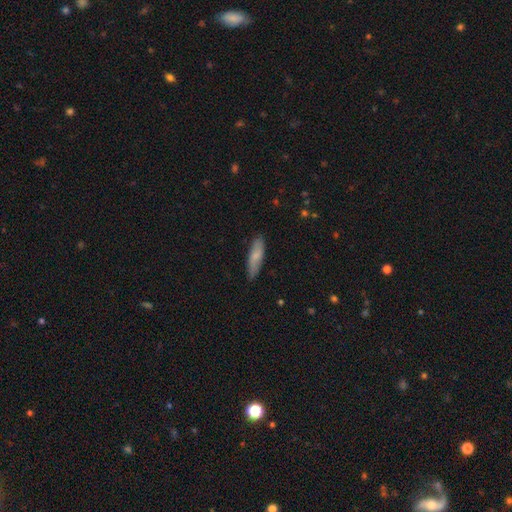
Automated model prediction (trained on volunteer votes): A smooth galaxy with no disk features (76%) that is cigar-shaped (62%). Merging: none (81%).